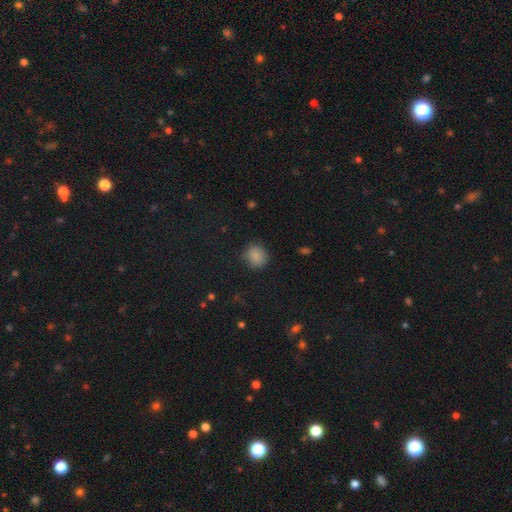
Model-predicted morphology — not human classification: This is clearly a smooth galaxy (84%). How rounded: clearly round (84%). Merging: likely none (78%).